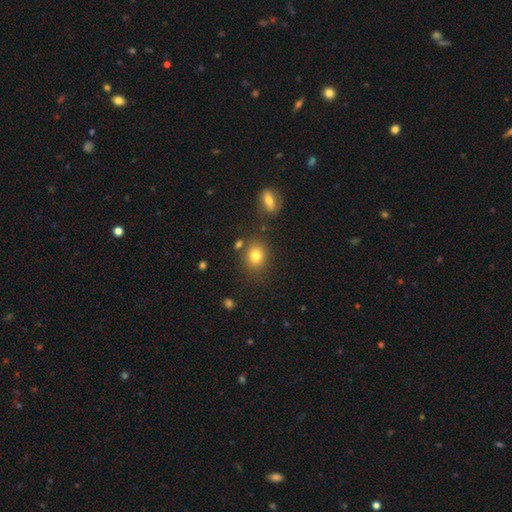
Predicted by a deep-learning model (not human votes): Smooth or featured: smooth — 80% (star or artifact — 12%)
How rounded: round — 63% (in between — 36%)
Merging: none — 77% (minor disturbance — 11%)